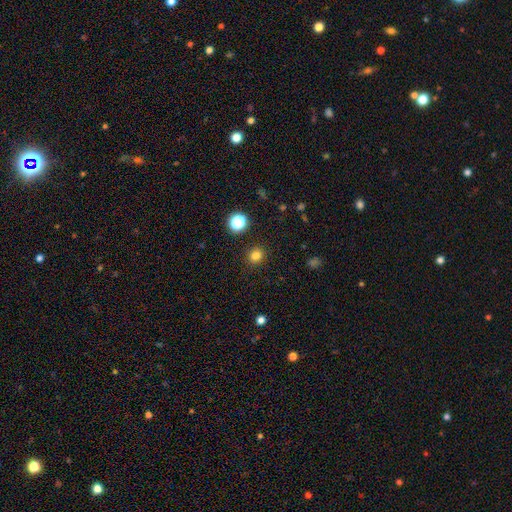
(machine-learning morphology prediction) type=smooth (80%); roundness=round (81%); merging=none (90%).